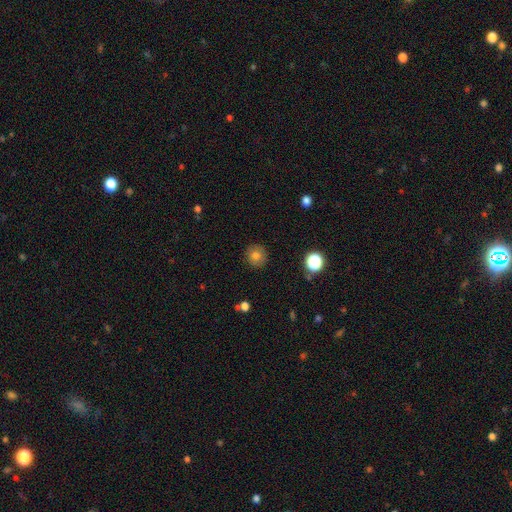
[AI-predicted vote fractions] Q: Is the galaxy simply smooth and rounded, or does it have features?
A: smooth — 79%.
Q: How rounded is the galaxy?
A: round — 94%.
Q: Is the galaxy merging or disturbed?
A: none — 90%.